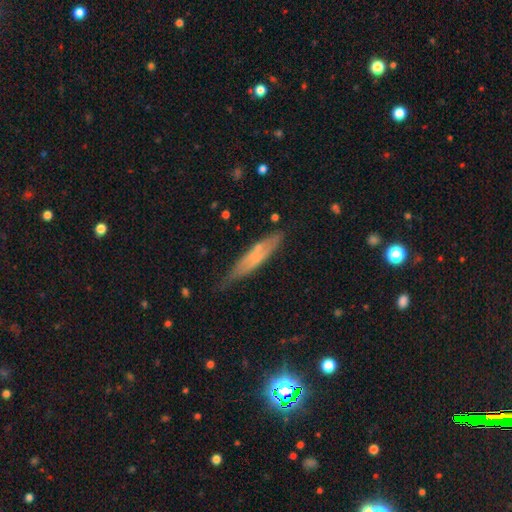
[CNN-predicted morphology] Smooth or featured: smooth — 54% (featured or disk — 38%)
How rounded: cigar-shaped — 82% (in between — 16%)
Merging: none — 67% (minor disturbance — 25%)